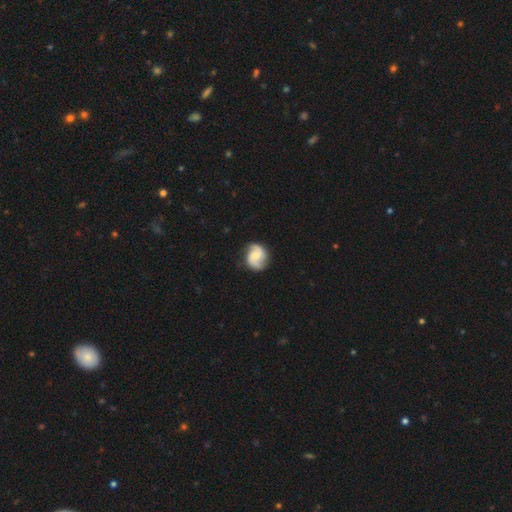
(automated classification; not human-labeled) The model was most divided on "bulge size": small: 43%, moderate: 36%, none: 15%, large: 4%, dominant: 1%. Remaining: edge-on disk — no (98%); spiral arms — yes (96%); spiral arm count — 2 (91%); merging — none (82%); smooth or featured — featured or disk (74%); bar — no (53%); spiral winding — medium (47%).